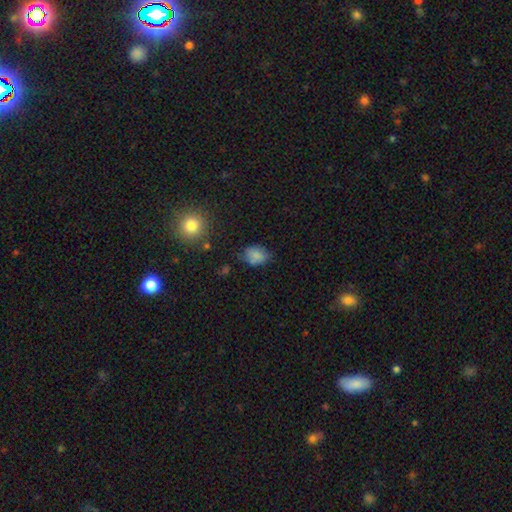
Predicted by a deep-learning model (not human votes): Morphology: type=smooth (78%); roundness=in between (73%); merging=none (59%).